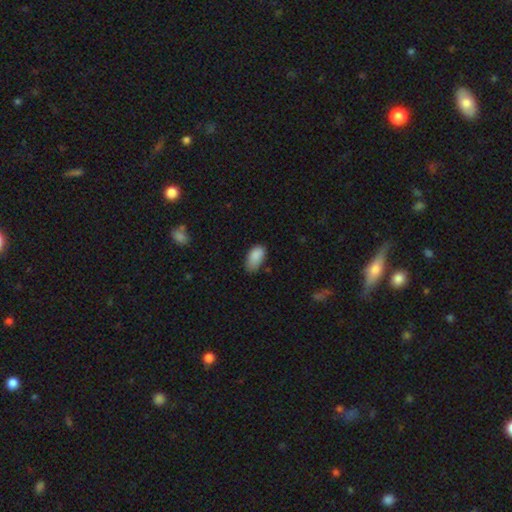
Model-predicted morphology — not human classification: Smooth or featured? smooth (87%)
How rounded? in between (94%)
Merging? none (57%)